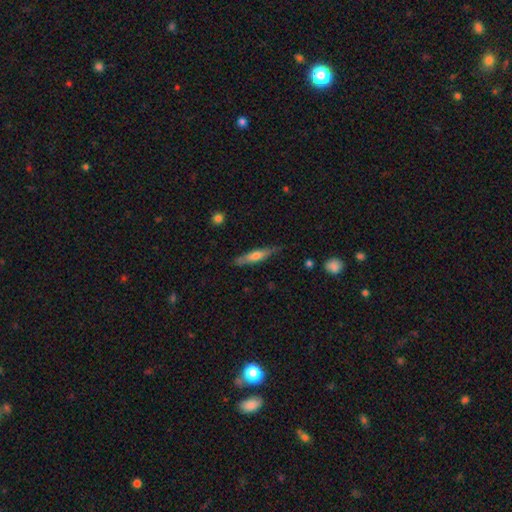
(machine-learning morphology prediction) A smooth galaxy with no disk features (53%) that is cigar-shaped (81%). Merging: none (77%).